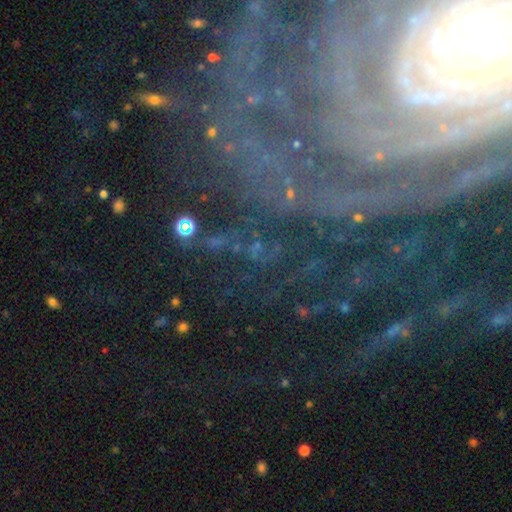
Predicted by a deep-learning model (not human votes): Smooth or featured? star or artifact (46%)